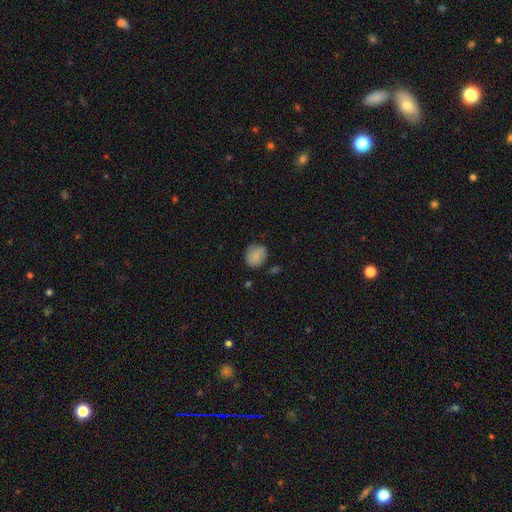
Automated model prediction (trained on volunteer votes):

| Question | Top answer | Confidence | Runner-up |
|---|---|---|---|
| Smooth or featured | smooth | 85% | star or artifact (8%) |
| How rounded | round | 70% | in between (29%) |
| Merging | none | 74% | minor disturbance (19%) |